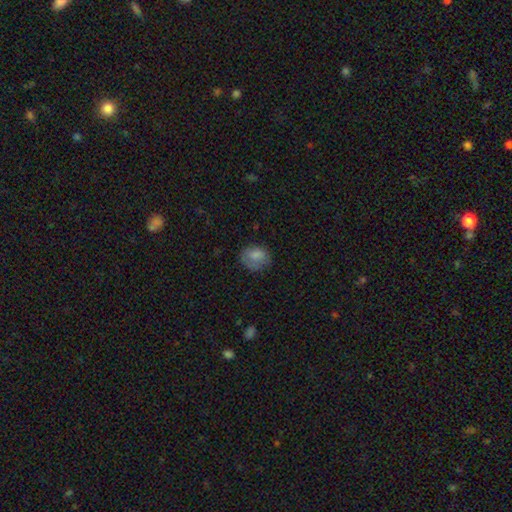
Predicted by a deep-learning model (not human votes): A smooth galaxy with no disk features (78%) that is in between round and cigar-shaped (50%). Merging: none (59%).